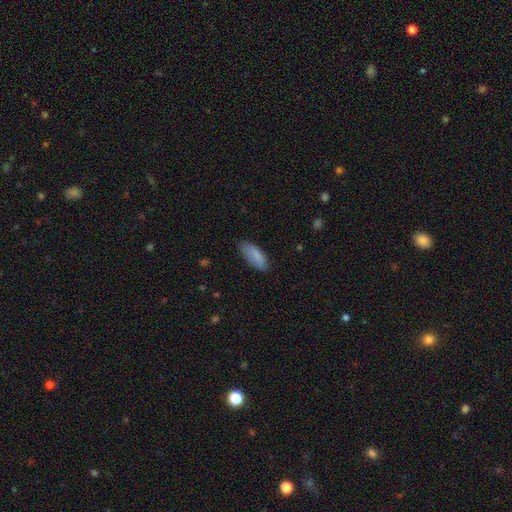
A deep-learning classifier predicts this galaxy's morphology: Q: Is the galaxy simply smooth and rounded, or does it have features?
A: smooth — 84%.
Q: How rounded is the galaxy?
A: in between — 75%.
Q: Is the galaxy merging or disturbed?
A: none — 73%.